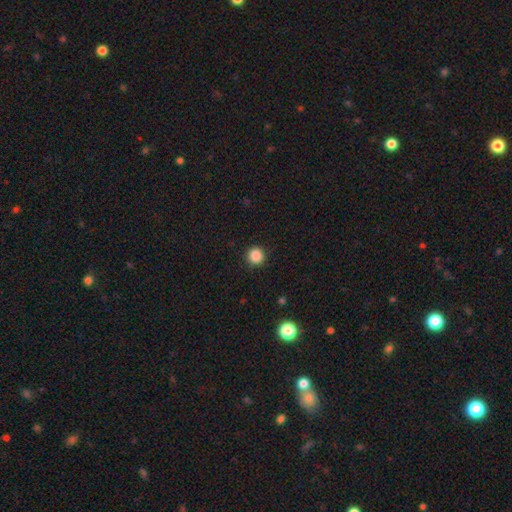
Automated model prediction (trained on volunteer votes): A smooth galaxy with no disk features (87%) that is round (94%). Merging: none (92%).